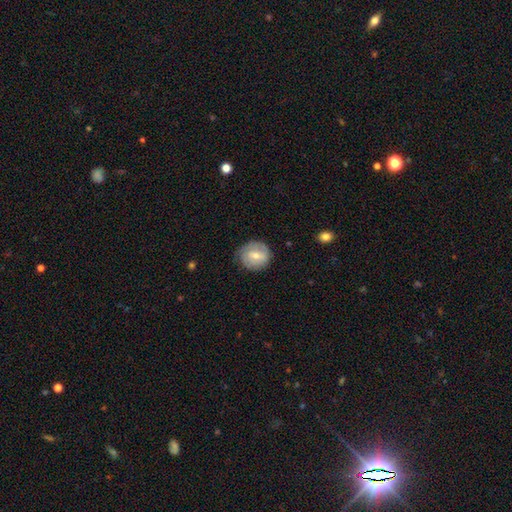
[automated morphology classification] This appears to be a smooth galaxy with no disk features (48%). Merging: none (74%).